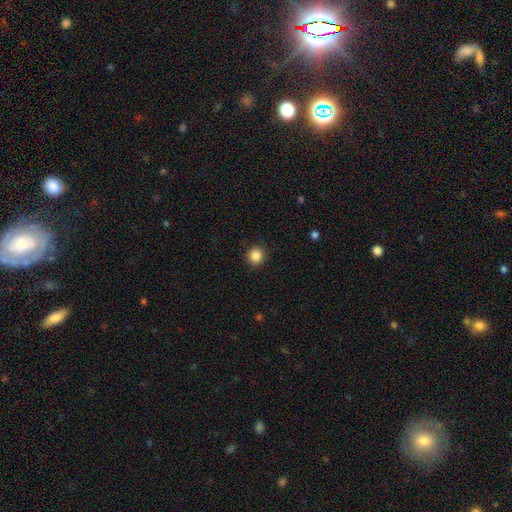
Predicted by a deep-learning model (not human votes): Smooth or featured: smooth — 86% (star or artifact — 11%)
How rounded: round — 94% (in between — 5%)
Merging: none — 90% (minor disturbance — 7%)